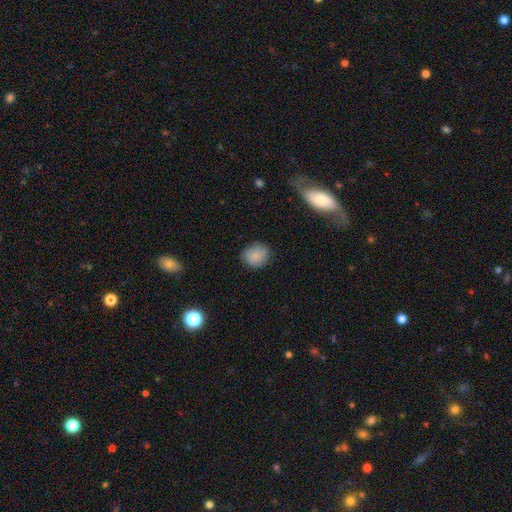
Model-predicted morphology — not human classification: Q: Smooth or featured?
A: smooth (87%); runner-up: star or artifact (8%)
Q: How rounded?
A: round (69%); runner-up: in between (29%)
Q: Merging?
A: none (84%); runner-up: minor disturbance (12%)